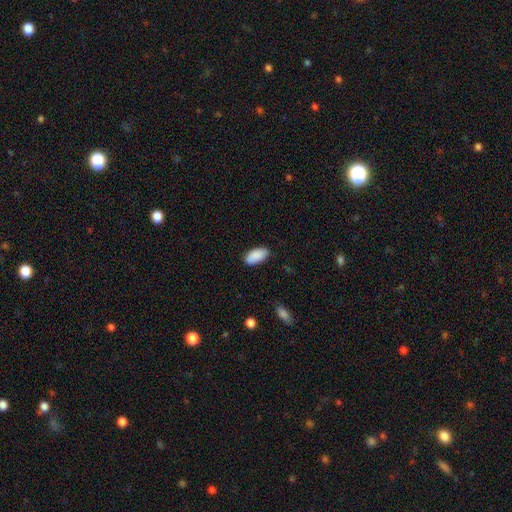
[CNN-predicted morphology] This is clearly a smooth galaxy (90%). How rounded: clearly in between (94%). Merging: clearly none (83%).